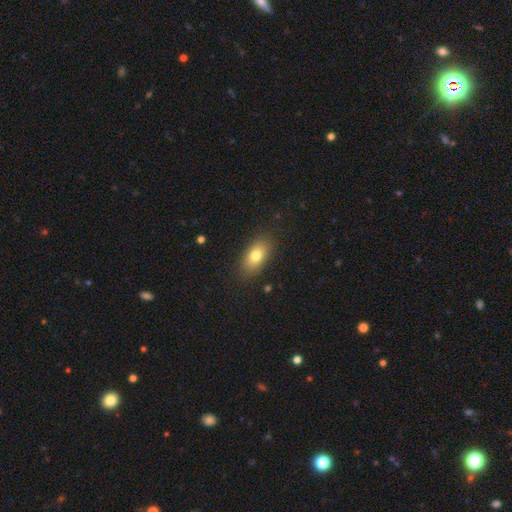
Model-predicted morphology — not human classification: This is likely a smooth galaxy (78%). How rounded: clearly in between (87%). Merging: clearly none (86%).